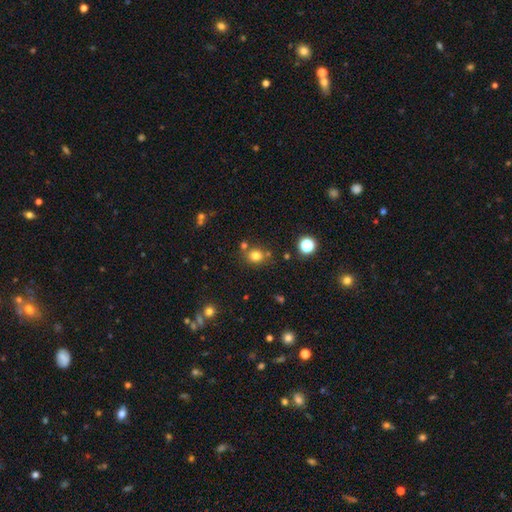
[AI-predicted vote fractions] Q: Smooth or featured?
A: smooth (77%); runner-up: star or artifact (16%)
Q: How rounded?
A: round (70%); runner-up: in between (29%)
Q: Merging?
A: none (71%); runner-up: merger (13%)